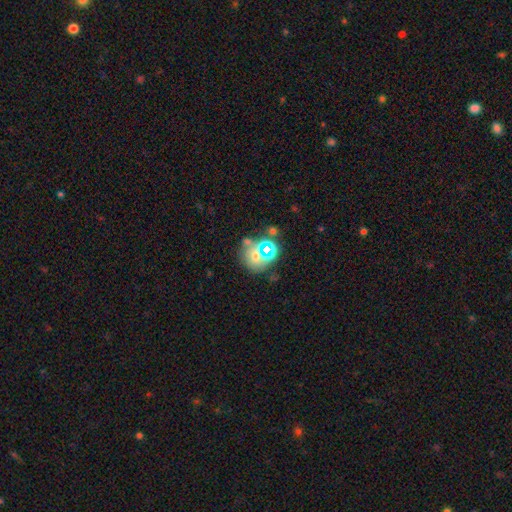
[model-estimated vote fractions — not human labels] Smooth or featured? smooth (42%)
Merging? none (47%)